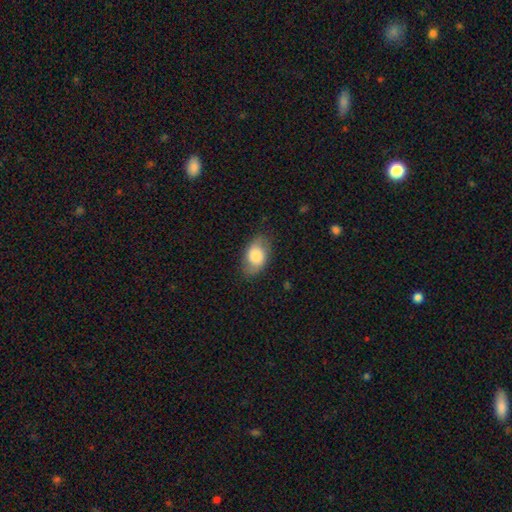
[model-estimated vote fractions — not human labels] Smooth or featured? Predicted: smooth (p=0.70). How rounded? Predicted: in between (p=0.88). Merging? Predicted: none (p=0.78).